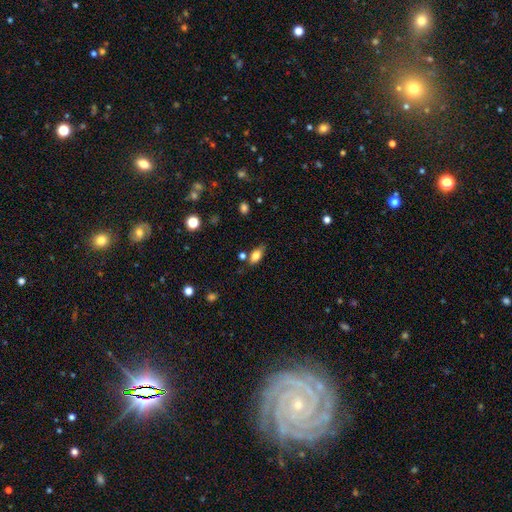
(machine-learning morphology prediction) Smooth or featured: smooth — 80% (featured or disk — 12%)
How rounded: in between — 85% (cigar-shaped — 10%)
Merging: none — 70% (minor disturbance — 19%)